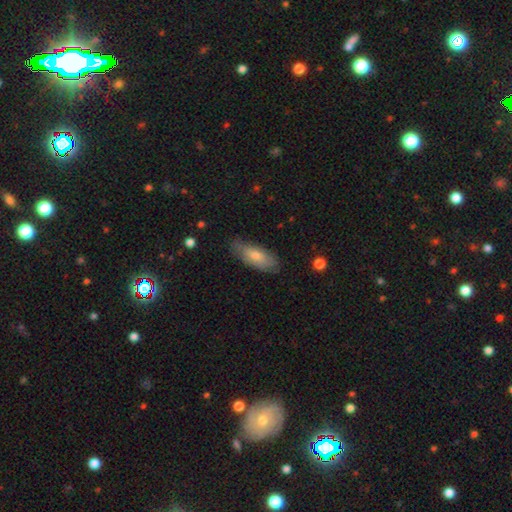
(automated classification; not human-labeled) A smooth galaxy with no disk features (69%) that is in between round and cigar-shaped (72%).

Vote fractions:
- Smooth or featured? smooth: 69% / featured or disk: 25% / star or artifact: 6%
- How rounded? in between: 72% / cigar-shaped: 26% / round: 2%
- Merging? none: 77% / minor disturbance: 19% / major disturbance: 3% / merger: 1%